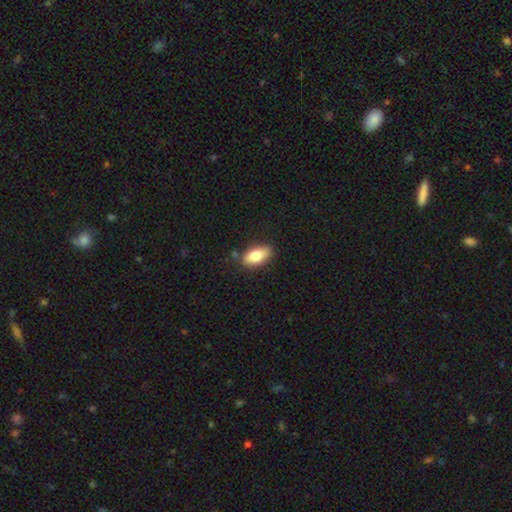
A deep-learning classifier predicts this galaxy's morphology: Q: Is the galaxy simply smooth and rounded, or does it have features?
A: smooth — 79%.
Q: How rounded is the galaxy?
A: in between — 89%.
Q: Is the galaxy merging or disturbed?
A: none — 80%.